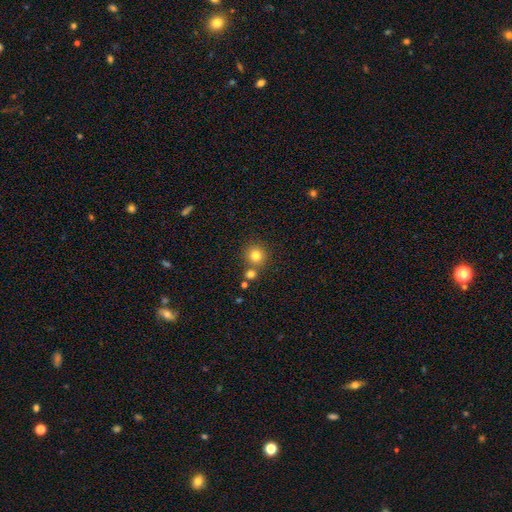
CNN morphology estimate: The model was most divided on "merging": none: 74%, merger: 17%, minor disturbance: 7%, major disturbance: 3%. More confident: how rounded — round (92%); smooth or featured — smooth (81%).